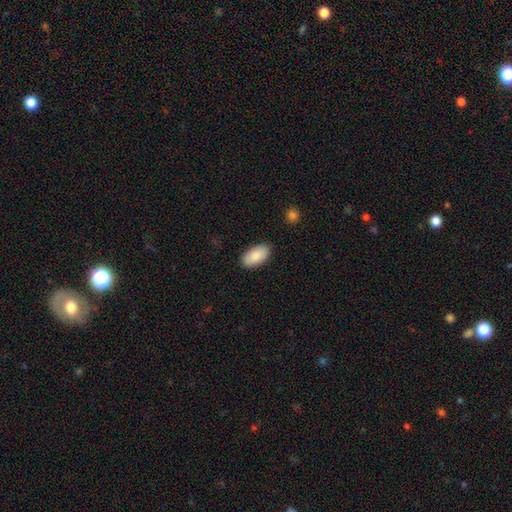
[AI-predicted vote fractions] Smooth or featured?
  - smooth: 86% *
  - featured or disk: 8%
  - star or artifact: 6%
How rounded?
  - in between: 95% *
  - round: 3%
  - cigar-shaped: 2%
Merging?
  - none: 88% *
  - minor disturbance: 9%
  - major disturbance: 2%
  - merger: 1%